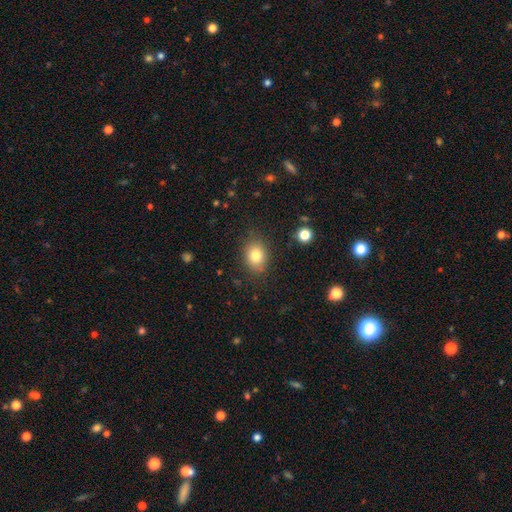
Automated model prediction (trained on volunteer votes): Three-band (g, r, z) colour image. It shows a smooth galaxy with no disk features (81%) that is in between round and cigar-shaped (64%). Merging: none (83%).